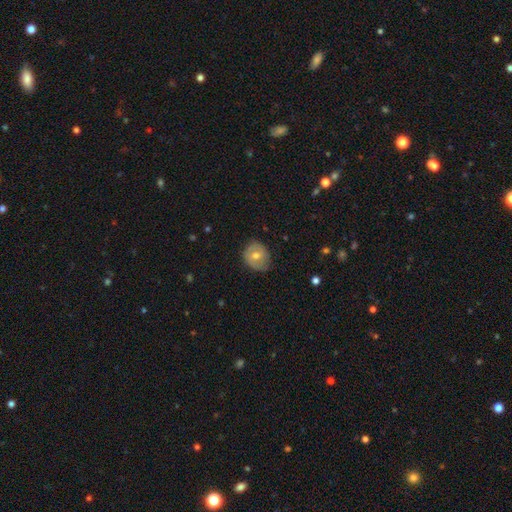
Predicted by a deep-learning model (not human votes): This appears to be a smooth galaxy with no disk features (52%) that is round (68%). Merging: none (74%).